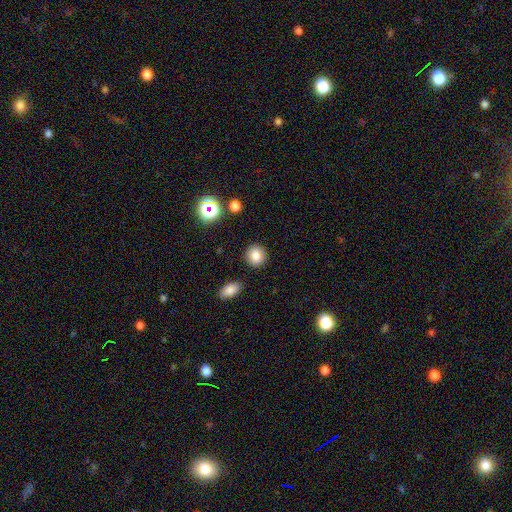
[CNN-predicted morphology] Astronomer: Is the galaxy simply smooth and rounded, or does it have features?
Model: smooth — 83%.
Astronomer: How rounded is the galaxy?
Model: round — 82%.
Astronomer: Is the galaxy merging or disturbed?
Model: none — 87%.